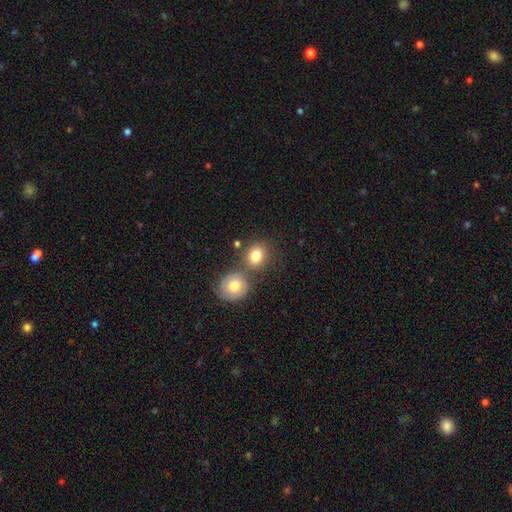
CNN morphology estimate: smooth-or-featured: smooth: 80% | featured or disk: 11% | star or artifact: 9%
  how-rounded: round: 67% | in between: 32% | cigar-shaped: 1%
  merging: none: 54% | merger: 31% | minor disturbance: 11% | major disturbance: 4%